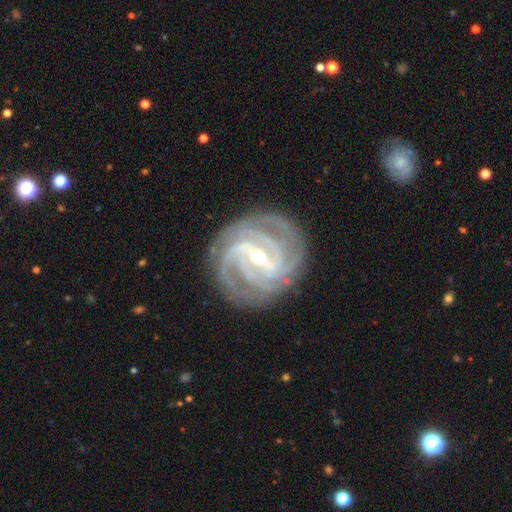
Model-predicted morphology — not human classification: type=featured or disk (92%); edge-on=no (97%); bar=strong (55%); spiral arms=yes (98%); winding=tight (70%); arm count=3 (29%, tied with 4); bulge=small (60%); merging=none (84%).